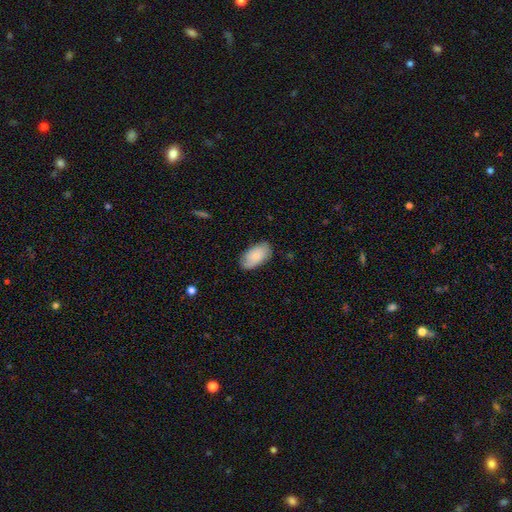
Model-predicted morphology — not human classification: A smooth galaxy with no disk features (76%) that is in between round and cigar-shaped (95%). Merging: none (77%).